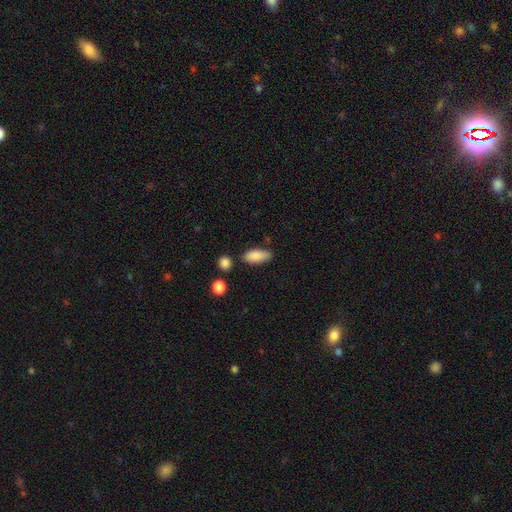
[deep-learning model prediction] Q: Smooth or featured?
A: smooth (86%); runner-up: featured or disk (7%)
Q: How rounded?
A: in between (84%); runner-up: cigar-shaped (13%)
Q: Merging?
A: none (74%); runner-up: minor disturbance (18%)